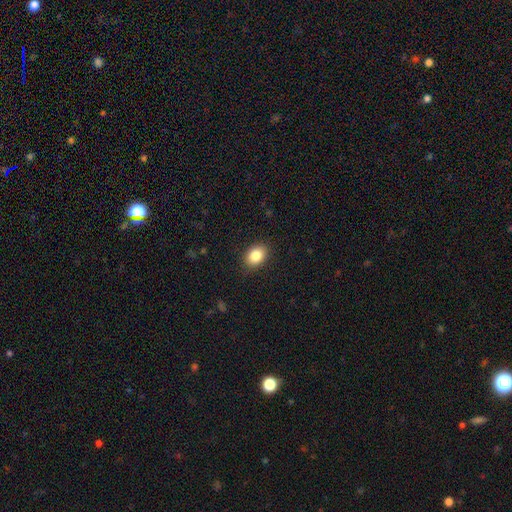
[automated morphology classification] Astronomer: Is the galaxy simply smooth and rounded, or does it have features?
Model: smooth — 85%.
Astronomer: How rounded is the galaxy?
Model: in between — 75%.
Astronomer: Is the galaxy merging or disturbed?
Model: none — 87%.